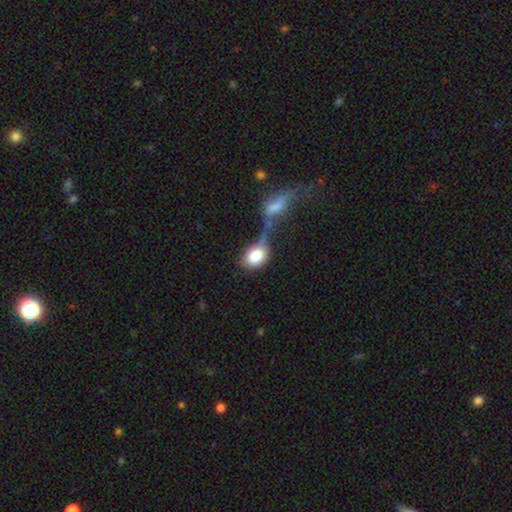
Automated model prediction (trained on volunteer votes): Smooth or featured?
  - smooth: 80% *
  - featured or disk: 12%
  - star or artifact: 8%
How rounded?
  - in between: 65% *
  - round: 33%
  - cigar-shaped: 2%
Merging?
  - merger: 47% *
  - none: 24%
  - major disturbance: 16%
  - minor disturbance: 14%